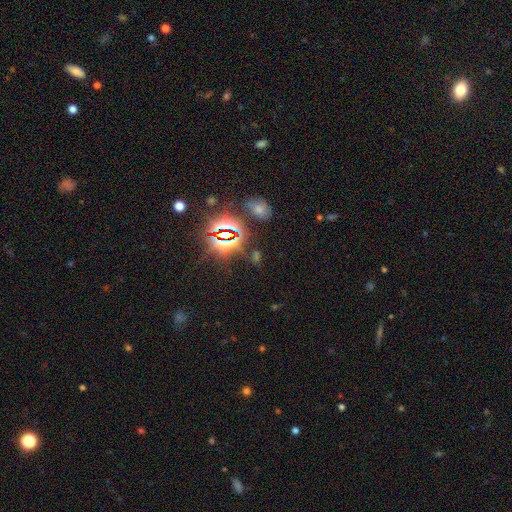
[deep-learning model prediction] A star or artifact, not a galaxy (73%).

Vote fractions:
- Smooth or featured? star or artifact: 73% / smooth: 19% / featured or disk: 9%